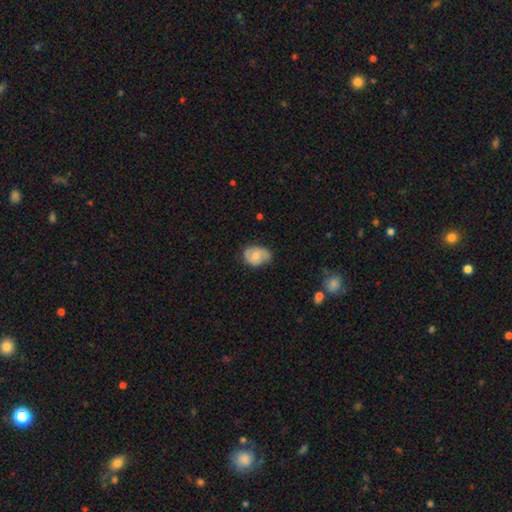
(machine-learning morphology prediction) A smooth galaxy with no disk features (55%) that is in between round and cigar-shaped (70%). Merging: none (59%).